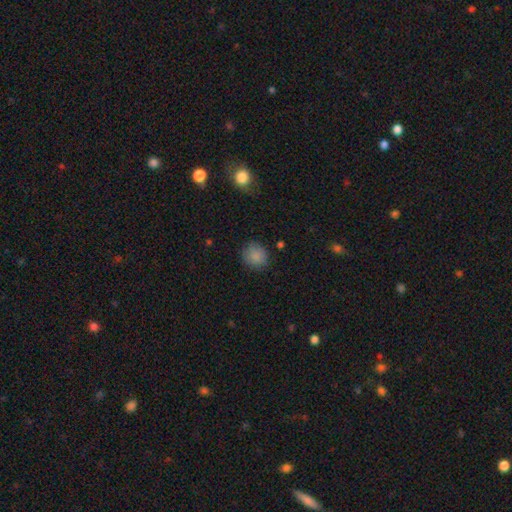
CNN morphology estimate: smooth 85%, star or artifact 10%, featured or disk 5%. Down the decision tree: how rounded — round (80%); merging — none (81%).